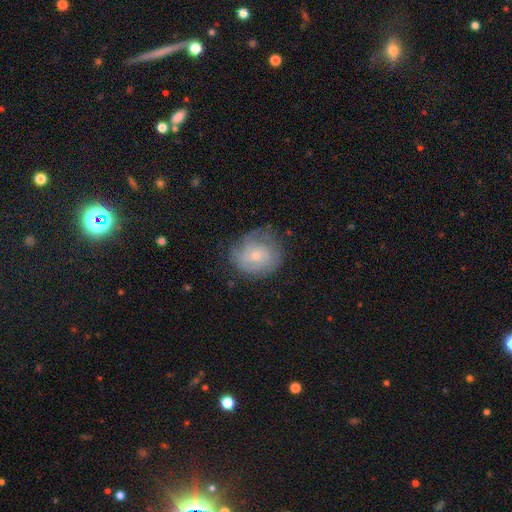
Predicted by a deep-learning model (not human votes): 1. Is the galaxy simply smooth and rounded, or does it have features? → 53% featured or disk, 39% smooth, 7% star or artifact.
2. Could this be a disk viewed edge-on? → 97% no, 3% yes.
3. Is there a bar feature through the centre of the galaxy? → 73% no, 24% weak, 3% strong.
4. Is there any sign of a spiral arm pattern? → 74% yes, 26% no.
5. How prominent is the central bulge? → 50% small, 42% moderate, 4% none, 3% large, 1% dominant.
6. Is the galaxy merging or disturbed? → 61% none, 25% minor disturbance, 12% major disturbance, 1% merger.